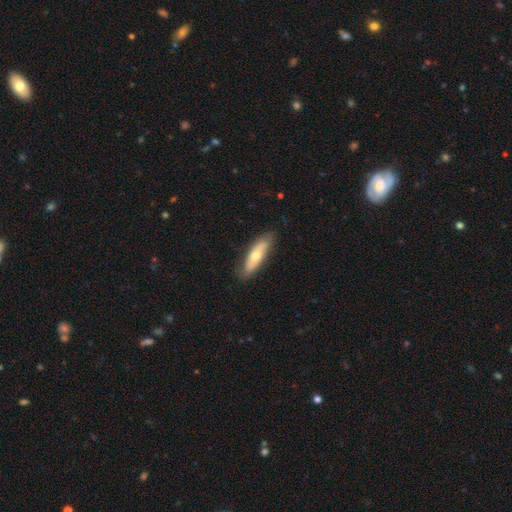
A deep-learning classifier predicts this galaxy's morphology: Overall: smooth (55%; featured or disk 40%). How rounded: cigar-shaped (51%; in between 47%). Merging: none (80%).